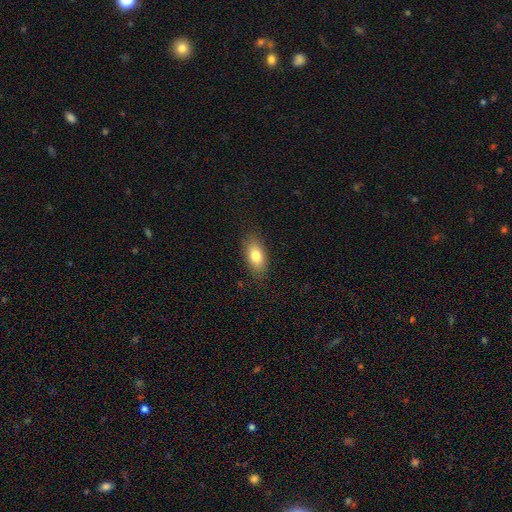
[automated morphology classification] A smooth galaxy with no disk features (80%) that is in between round and cigar-shaped (87%).

Vote fractions:
- Smooth or featured? smooth: 80% / featured or disk: 12% / star or artifact: 8%
- How rounded? in between: 87% / cigar-shaped: 7% / round: 6%
- Merging? none: 85% / minor disturbance: 11% / major disturbance: 3% / merger: 1%